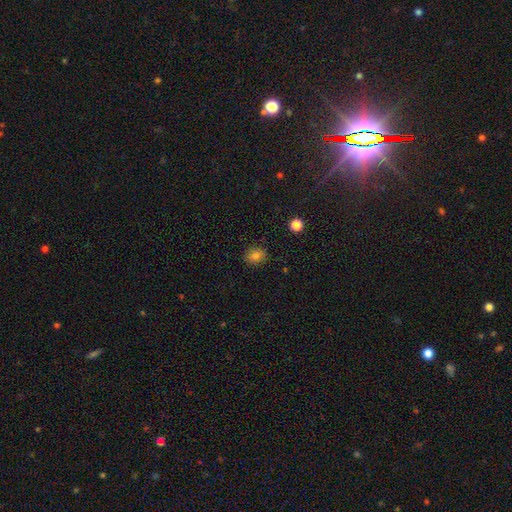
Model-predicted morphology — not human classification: A smooth galaxy with no disk features (81%) that is round (62%).

Vote fractions:
- Smooth or featured? smooth: 81% / star or artifact: 12% / featured or disk: 7%
- How rounded? round: 62% / in between: 37% / cigar-shaped: 1%
- Merging? none: 86% / minor disturbance: 10% / major disturbance: 2% / merger: 1%